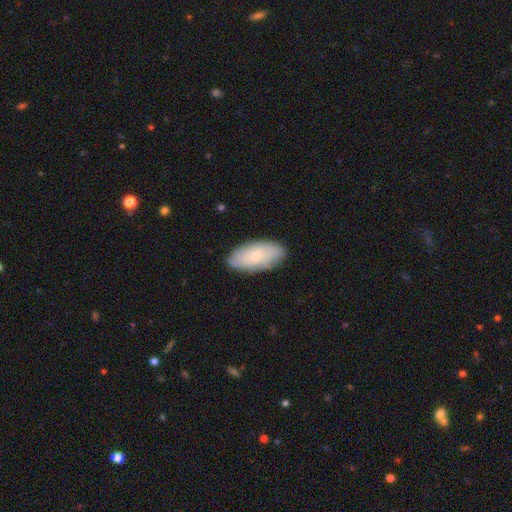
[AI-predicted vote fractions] Overall: smooth (67%). How rounded: in between (93%). Merging: none (83%).